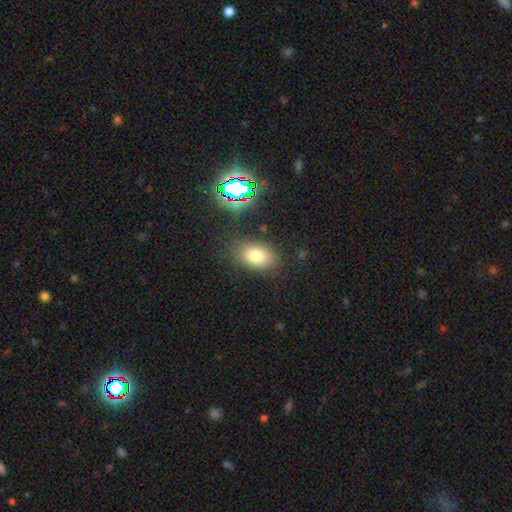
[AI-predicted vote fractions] smooth-or-featured: smooth: 75% | star or artifact: 14% | featured or disk: 11%
  how-rounded: in between: 85% | round: 13% | cigar-shaped: 2%
  merging: none: 80% | minor disturbance: 13% | major disturbance: 4% | merger: 2%